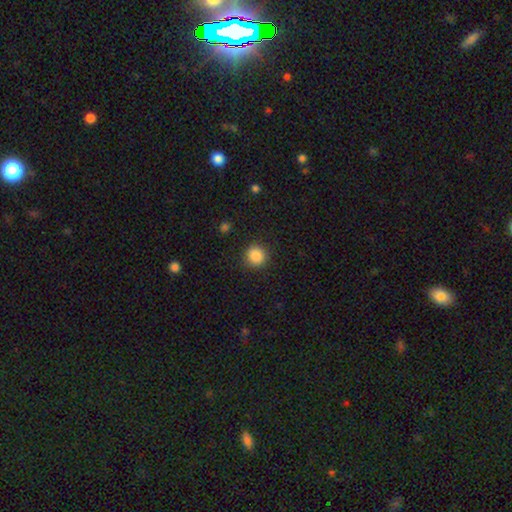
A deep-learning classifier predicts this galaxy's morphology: This is clearly a smooth galaxy (86%). How rounded: clearly round (91%). Merging: clearly none (90%).